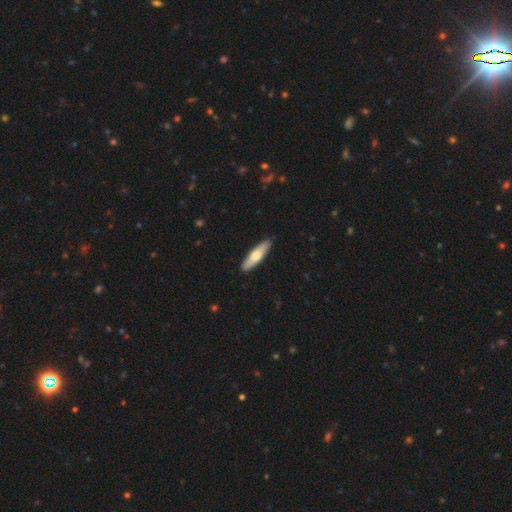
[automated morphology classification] Smooth or featured? Predicted: smooth (p=0.60). How rounded? Predicted: cigar-shaped (p=0.72). Merging? Predicted: none (p=0.91).